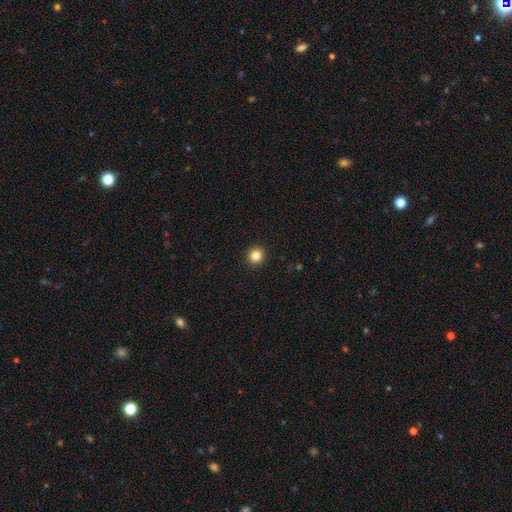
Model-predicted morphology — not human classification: A smooth galaxy with no disk features (84%) that is round (93%).

Vote fractions:
- Smooth or featured? smooth: 84% / star or artifact: 12% / featured or disk: 5%
- How rounded? round: 93% / in between: 6% / cigar-shaped: 1%
- Merging? none: 93% / minor disturbance: 4% / major disturbance: 1% / merger: 1%